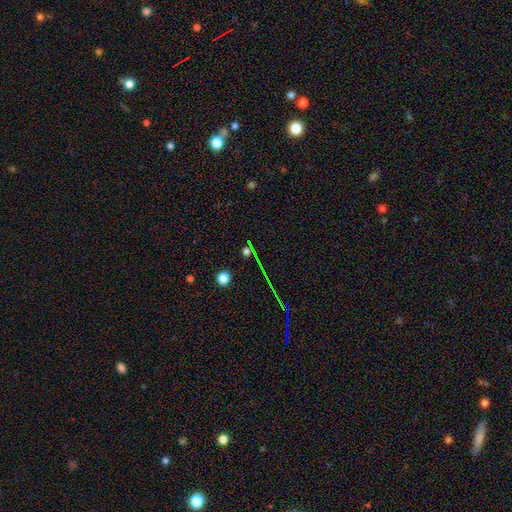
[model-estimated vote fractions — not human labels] A star or artifact, not a galaxy (67%).